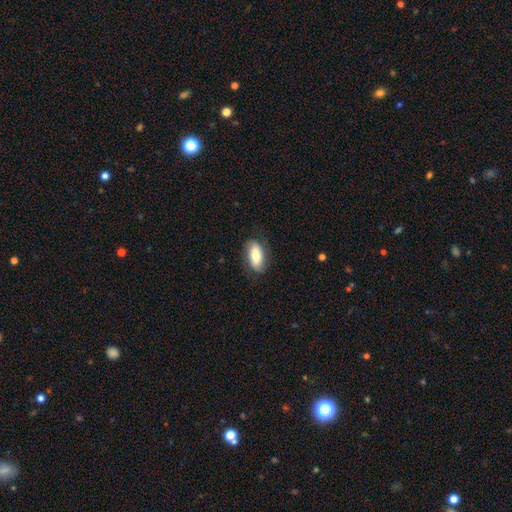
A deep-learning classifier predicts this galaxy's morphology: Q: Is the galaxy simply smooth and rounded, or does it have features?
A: smooth — 73%.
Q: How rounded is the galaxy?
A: in between — 87%.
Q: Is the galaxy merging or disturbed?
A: none — 77%.